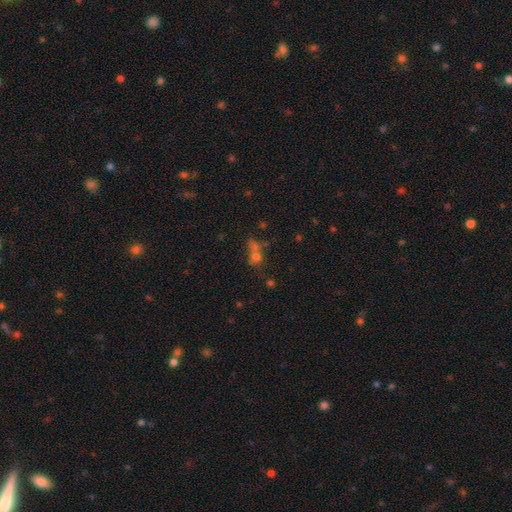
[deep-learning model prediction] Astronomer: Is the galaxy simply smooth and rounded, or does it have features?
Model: smooth — 53% (runner-up: star or artifact, 30%).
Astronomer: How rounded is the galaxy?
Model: round — 78%.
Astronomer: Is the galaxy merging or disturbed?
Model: none — 43% (runner-up: merger, 41%).